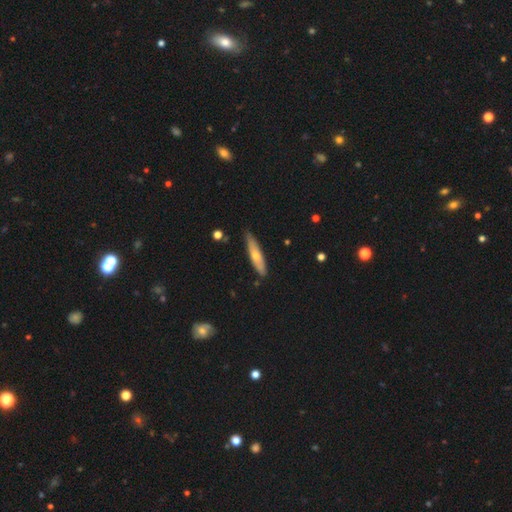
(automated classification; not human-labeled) Smooth or featured? Predicted: smooth (p=0.51). How rounded? Predicted: cigar-shaped (p=0.81). Merging? Predicted: none (p=0.82).